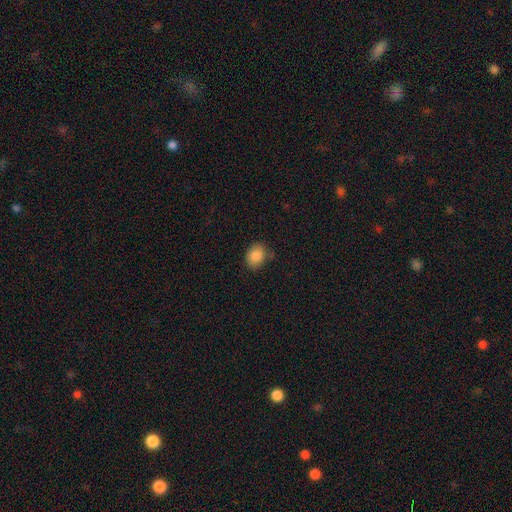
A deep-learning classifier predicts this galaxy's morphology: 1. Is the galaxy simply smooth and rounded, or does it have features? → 87% smooth, 9% star or artifact, 4% featured or disk.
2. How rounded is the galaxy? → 53% in between, 46% round, 1% cigar-shaped.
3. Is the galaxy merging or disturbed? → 76% none, 18% minor disturbance, 4% major disturbance, 2% merger.